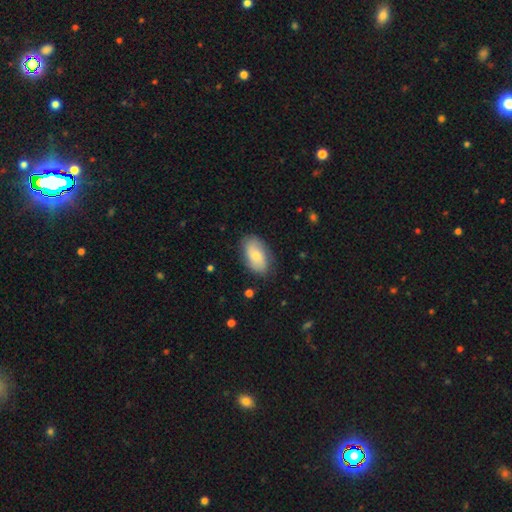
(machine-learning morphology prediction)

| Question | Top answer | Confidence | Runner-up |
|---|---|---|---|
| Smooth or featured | smooth | 69% | featured or disk (25%) |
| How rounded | in between | 93% | round (5%) |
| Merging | none | 80% | minor disturbance (16%) |